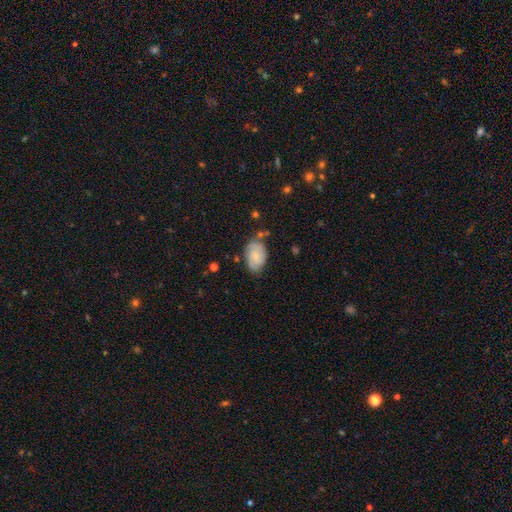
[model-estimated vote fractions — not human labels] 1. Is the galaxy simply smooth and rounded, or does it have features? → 63% smooth, 30% featured or disk, 7% star or artifact.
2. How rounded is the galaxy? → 89% in between, 10% round, 1% cigar-shaped.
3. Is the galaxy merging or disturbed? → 68% none, 23% minor disturbance, 5% major disturbance, 4% merger.